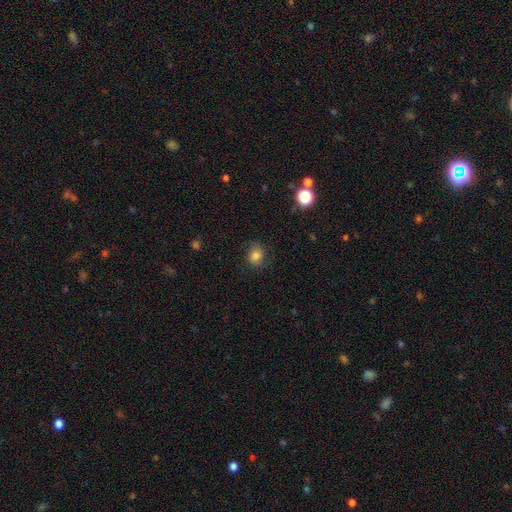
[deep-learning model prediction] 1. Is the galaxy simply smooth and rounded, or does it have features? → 72% smooth, 15% featured or disk, 12% star or artifact.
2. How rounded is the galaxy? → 62% round, 37% in between, 1% cigar-shaped.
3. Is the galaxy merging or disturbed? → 69% none, 21% minor disturbance, 8% major disturbance, 1% merger.